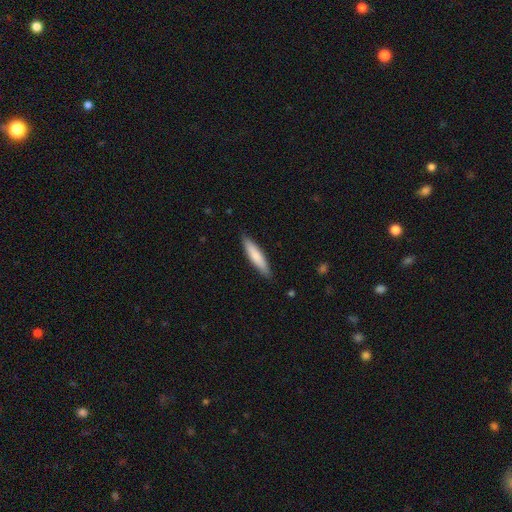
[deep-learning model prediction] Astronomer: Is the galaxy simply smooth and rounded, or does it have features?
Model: smooth — 79%.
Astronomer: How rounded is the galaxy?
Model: cigar-shaped — 84%.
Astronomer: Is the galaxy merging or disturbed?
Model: none — 88%.